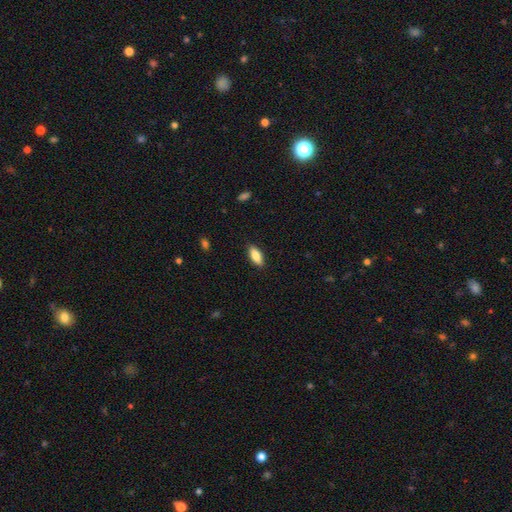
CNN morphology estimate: type=smooth (83%); roundness=in between (76%); merging=none (88%).